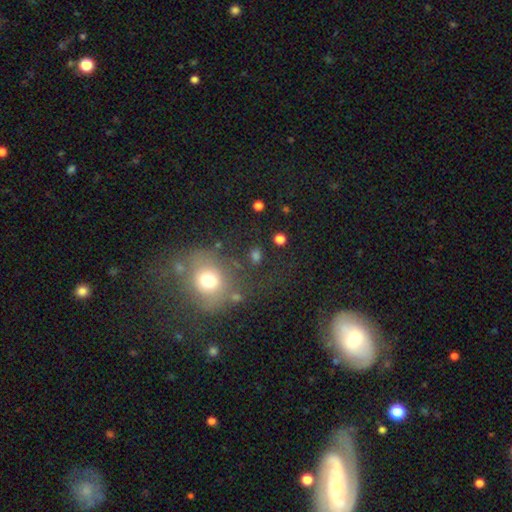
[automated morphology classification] Smooth or featured?
  - smooth: 63% *
  - star or artifact: 21%
  - featured or disk: 16%
How rounded?
  - round: 71% *
  - in between: 27%
  - cigar-shaped: 2%
Merging?
  - none: 64% *
  - minor disturbance: 14%
  - major disturbance: 11%
  - merger: 10%